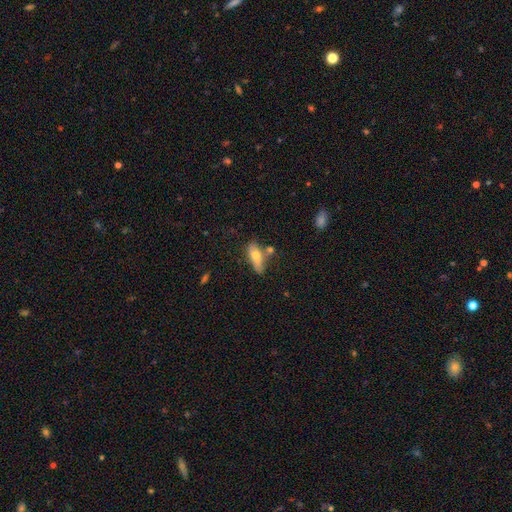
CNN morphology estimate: type=smooth (65%); roundness=in between (63%); merging=none (54%).